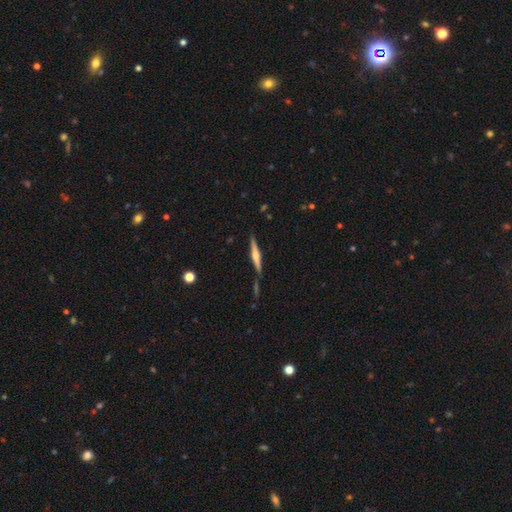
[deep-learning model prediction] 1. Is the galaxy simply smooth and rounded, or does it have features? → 65% featured or disk, 29% smooth, 6% star or artifact.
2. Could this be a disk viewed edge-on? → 97% yes, 3% no.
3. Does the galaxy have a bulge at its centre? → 73% rounded, 15% boxy, 11% none.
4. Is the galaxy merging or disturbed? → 80% none, 11% minor disturbance, 6% merger, 3% major disturbance.